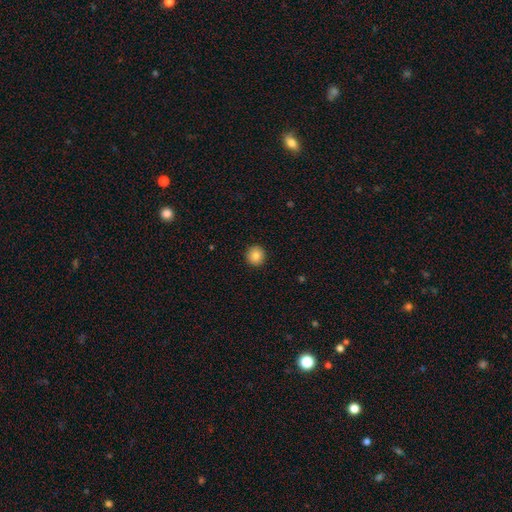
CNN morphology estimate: Smooth or featured? smooth (85%)
How rounded? round (95%)
Merging? none (93%)